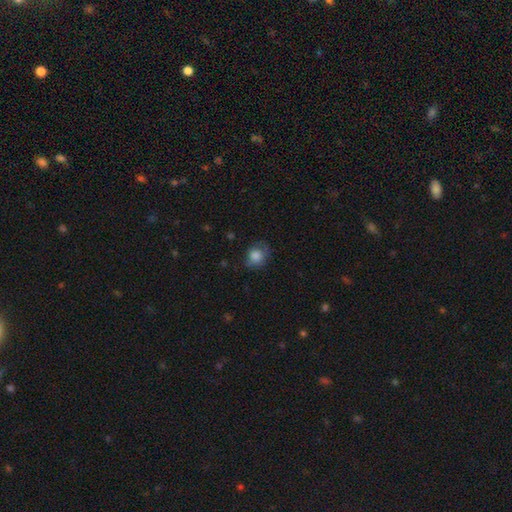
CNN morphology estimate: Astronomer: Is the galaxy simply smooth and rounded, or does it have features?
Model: smooth — 82%.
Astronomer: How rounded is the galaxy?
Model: round — 72%.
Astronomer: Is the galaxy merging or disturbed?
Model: none — 62%.